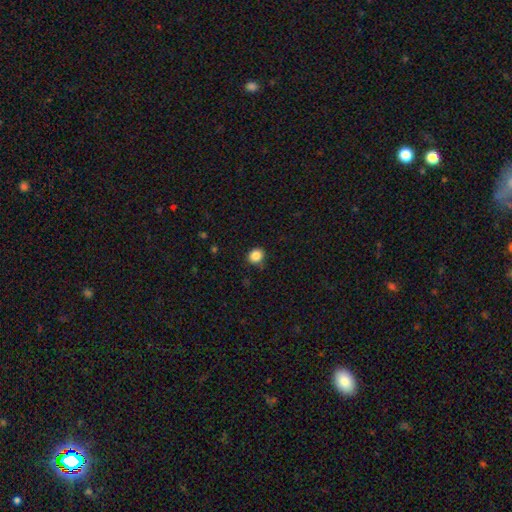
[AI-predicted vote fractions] Morphology: type=smooth (86%); roundness=round (80%); merging=none (86%).